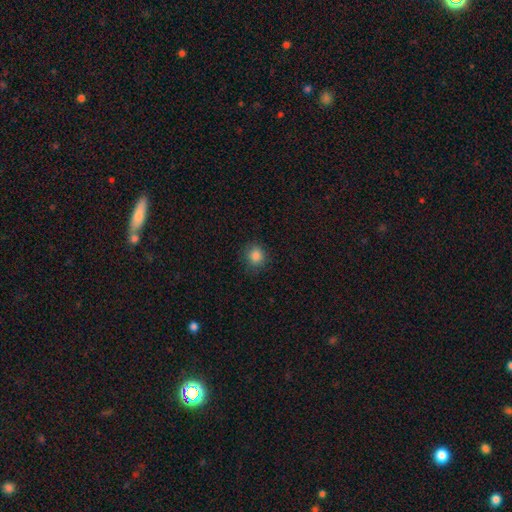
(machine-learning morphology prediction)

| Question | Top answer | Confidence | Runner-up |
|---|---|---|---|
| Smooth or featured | smooth | 85% | star or artifact (11%) |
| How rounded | round | 81% | in between (19%) |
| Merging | none | 84% | minor disturbance (12%) |